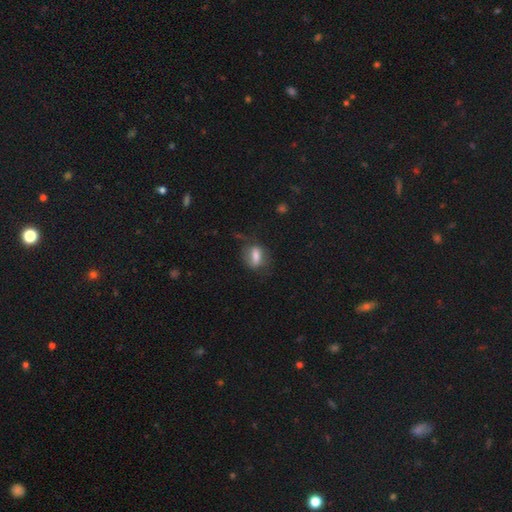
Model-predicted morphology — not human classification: Smooth or featured?
  - smooth: 63% *
  - featured or disk: 28%
  - star or artifact: 9%
How rounded?
  - in between: 72% *
  - round: 16%
  - cigar-shaped: 12%
Merging?
  - none: 55% *
  - minor disturbance: 26%
  - major disturbance: 16%
  - merger: 3%